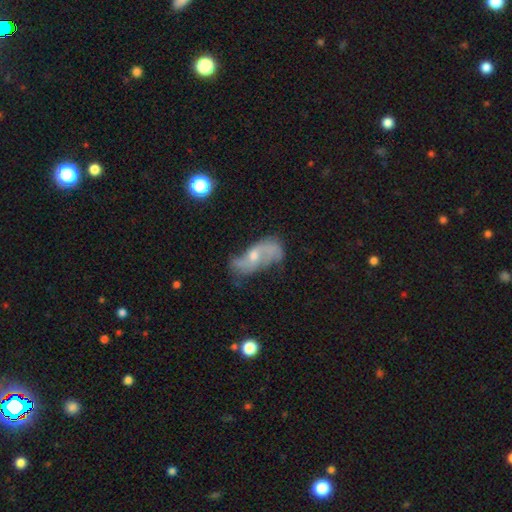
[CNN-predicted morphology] Overall: featured or disk (69%). Edge-on disk: no (93%). Bar: no (62%; weak 30%). Spiral arms: yes (77%). Bulge size: small (48%; moderate 44%). Merging: none (42%; minor disturbance 26%).